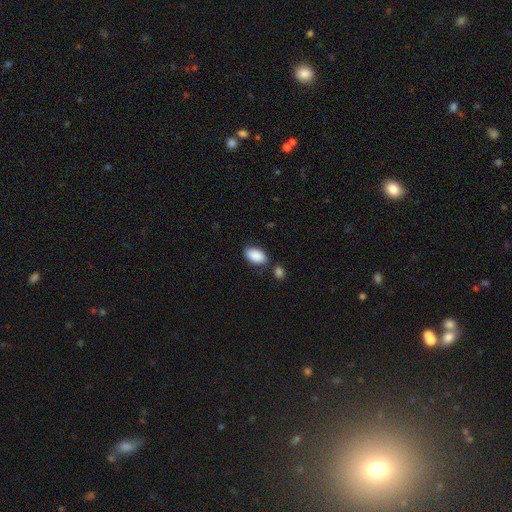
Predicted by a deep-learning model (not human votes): smooth_or_featured: smooth (p=0.90) [alt: star or artifact p=0.06]
how_rounded: in between (p=0.94) [alt: round p=0.04]
merging: none (p=0.73) [alt: minor disturbance p=0.13]